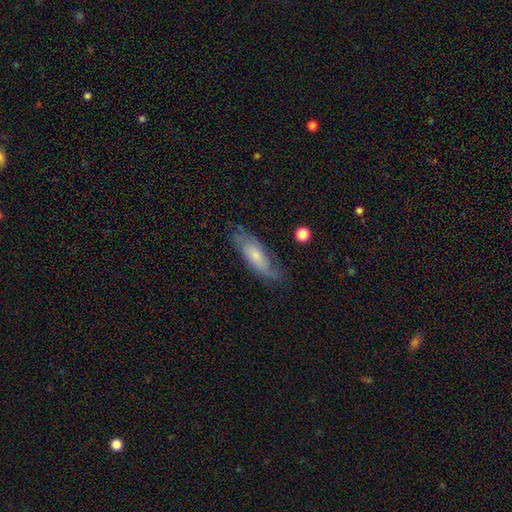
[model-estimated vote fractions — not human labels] Q: Smooth or featured?
A: featured or disk (48%); runner-up: smooth (45%)
Q: Merging?
A: none (68%); runner-up: minor disturbance (22%)